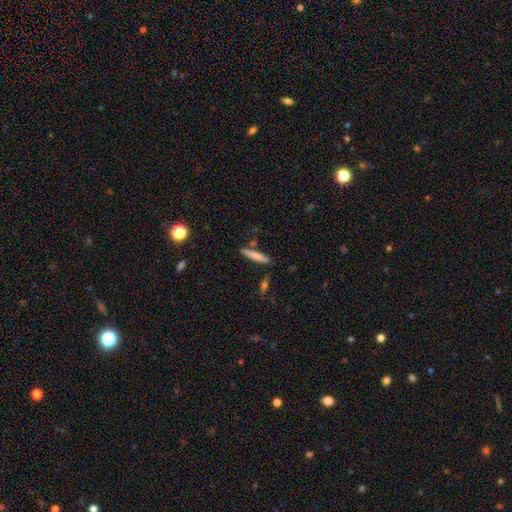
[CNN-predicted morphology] Smooth or featured? Predicted: smooth (p=0.72). How rounded? Predicted: cigar-shaped (p=0.91). Merging? Predicted: none (p=0.82).